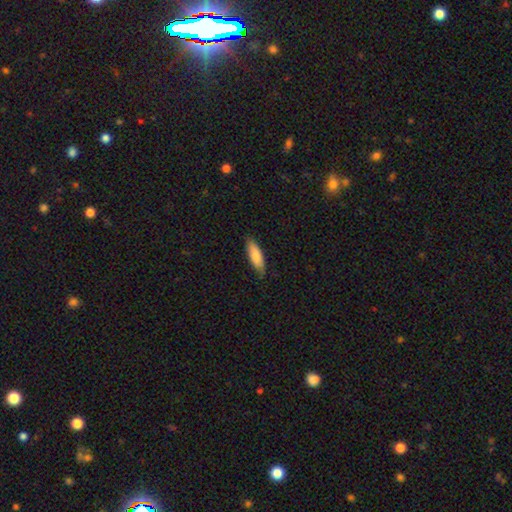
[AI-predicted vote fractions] The model was most divided on "how rounded": in between: 58%, cigar-shaped: 40%, round: 2%. More confident: smooth or featured — smooth (85%); merging — none (79%).